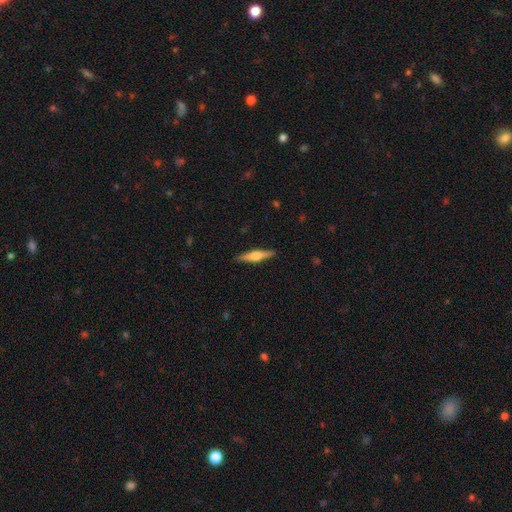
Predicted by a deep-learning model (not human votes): Smooth or featured: featured or disk — 64% (smooth — 30%)
Edge-on disk: yes — 97% (no — 3%)
Edge-on bulge: rounded — 89% (boxy — 8%)
Merging: none — 90% (minor disturbance — 7%)